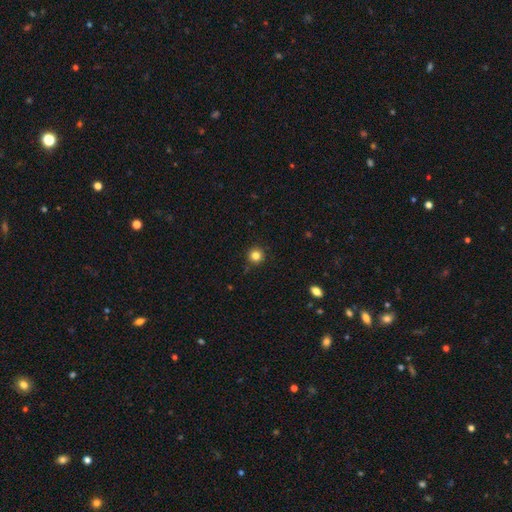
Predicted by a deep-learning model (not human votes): The model was most divided on "smooth or featured": smooth: 83%, star or artifact: 12%, featured or disk: 5%. More confident: how rounded — round (95%); merging — none (90%).